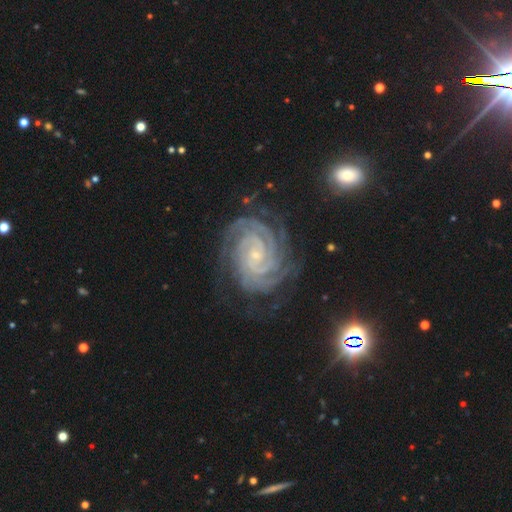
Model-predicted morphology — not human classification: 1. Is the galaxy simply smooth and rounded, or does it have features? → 92% featured or disk, 5% star or artifact, 3% smooth.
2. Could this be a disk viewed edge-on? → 98% no, 2% yes.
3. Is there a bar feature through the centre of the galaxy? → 62% no, 26% weak, 12% strong.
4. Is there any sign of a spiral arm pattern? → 99% yes, 1% no.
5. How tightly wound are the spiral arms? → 85% tight, 13% medium, 2% loose.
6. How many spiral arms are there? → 24% 2, 22% 4, 22% 3, 13% can't tell, 11% more than 4, 8% 1.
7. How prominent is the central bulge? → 82% small, 13% moderate, 3% none, 1% large, 1% dominant.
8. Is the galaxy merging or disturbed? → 77% none, 16% minor disturbance, 6% major disturbance, 2% merger.